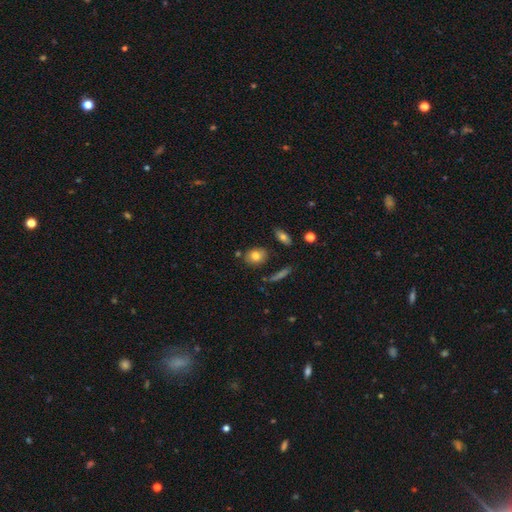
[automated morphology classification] Smooth or featured: smooth — 78% (featured or disk — 13%)
How rounded: round — 51% (in between — 47%)
Merging: none — 76% (minor disturbance — 14%)